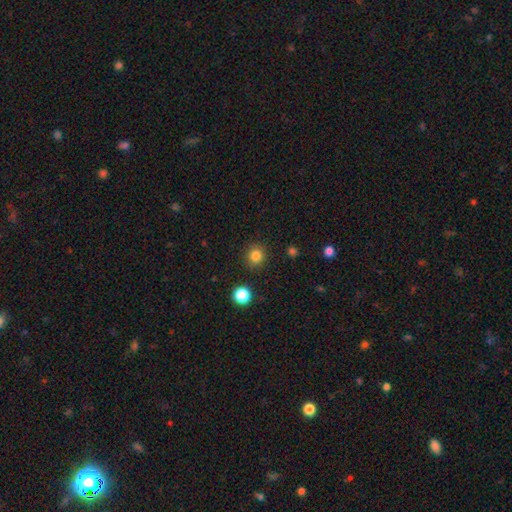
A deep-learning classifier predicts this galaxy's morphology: type=smooth (83%); roundness=round (90%); merging=none (90%).